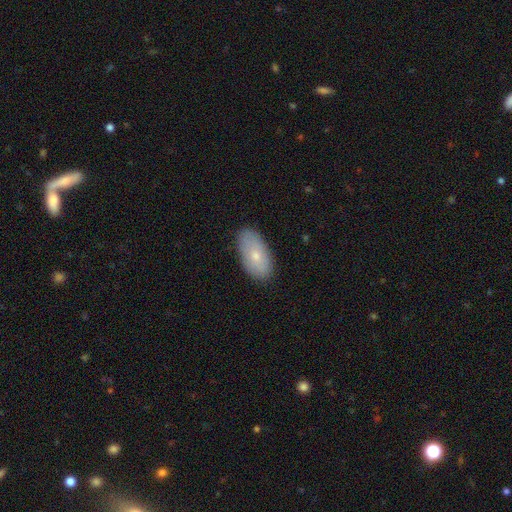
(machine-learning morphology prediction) Smooth or featured? smooth (72%)
How rounded? in between (94%)
Merging? none (84%)